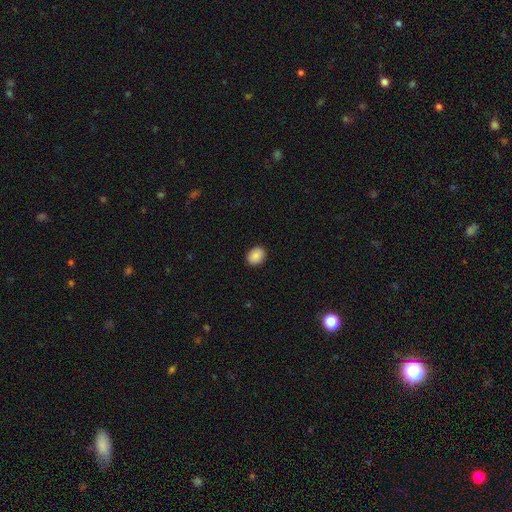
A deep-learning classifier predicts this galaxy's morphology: A smooth galaxy with no disk features (89%) that is in between round and cigar-shaped (57%).

Vote fractions:
- Smooth or featured? smooth: 89% / star or artifact: 8% / featured or disk: 3%
- How rounded? in between: 57% / round: 42% / cigar-shaped: 1%
- Merging? none: 90% / minor disturbance: 7% / major disturbance: 2% / merger: 1%